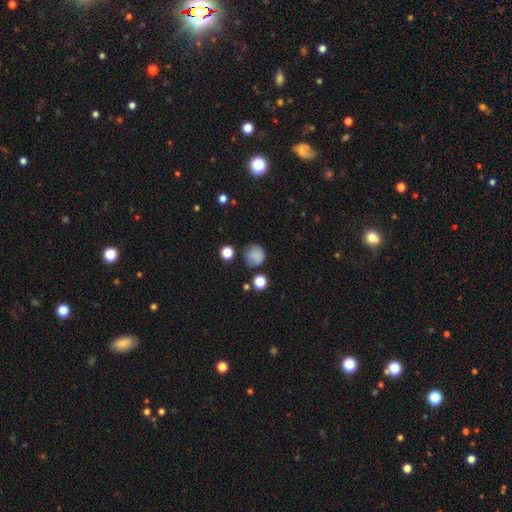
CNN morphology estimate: Smooth or featured: smooth — 82% (star or artifact — 12%)
How rounded: round — 88% (in between — 11%)
Merging: none — 71% (minor disturbance — 18%)